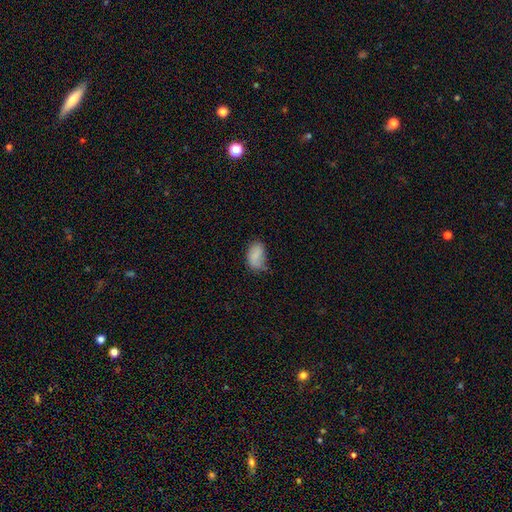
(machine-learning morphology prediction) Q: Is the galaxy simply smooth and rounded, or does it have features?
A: smooth — 81%.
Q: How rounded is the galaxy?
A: in between — 91%.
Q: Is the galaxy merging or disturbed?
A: none — 52%.